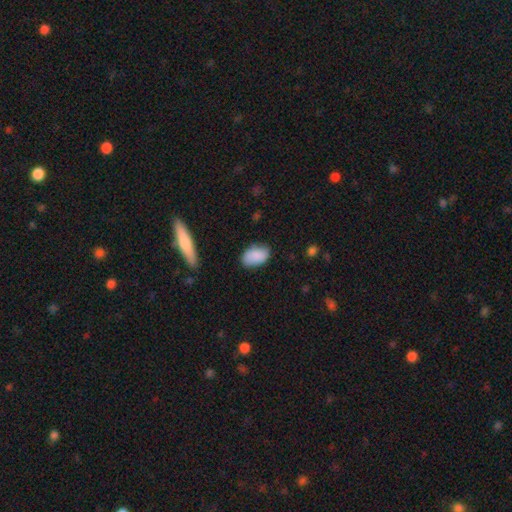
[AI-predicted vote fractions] Q: Smooth or featured?
A: smooth (86%); runner-up: featured or disk (8%)
Q: How rounded?
A: in between (91%); runner-up: round (7%)
Q: Merging?
A: none (75%); runner-up: minor disturbance (20%)